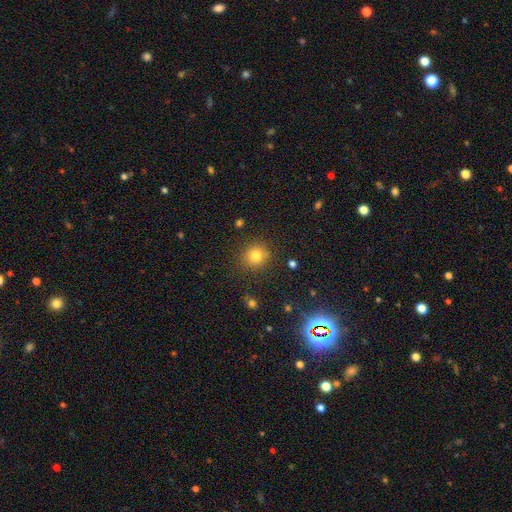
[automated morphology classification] type=smooth (80%); roundness=round (87%); merging=none (86%).